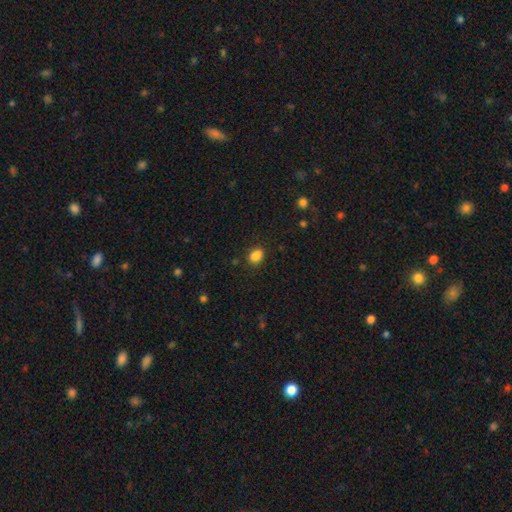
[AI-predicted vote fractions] This appears to be a smooth galaxy with no disk features (85%) that is in between round and cigar-shaped (69%). Merging: none (79%).